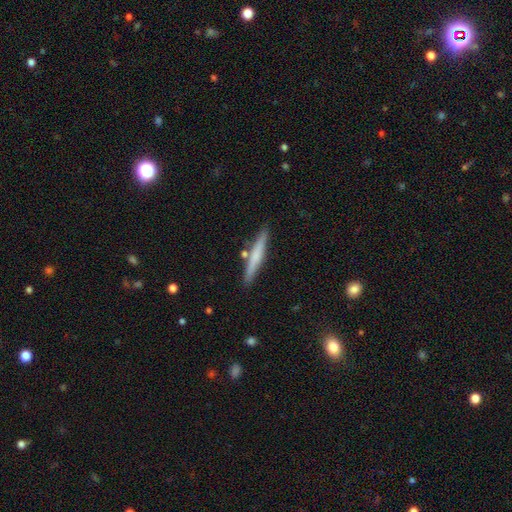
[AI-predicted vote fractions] Overall: smooth (57%; featured or disk 37%). How rounded: cigar-shaped (95%). Merging: none (85%).